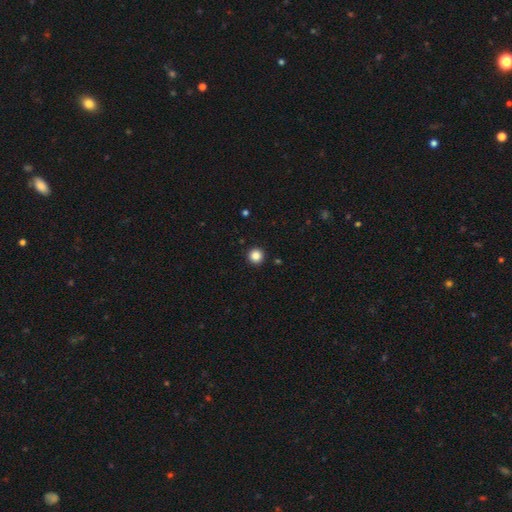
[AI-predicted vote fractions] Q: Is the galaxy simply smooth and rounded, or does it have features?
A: smooth — 86%.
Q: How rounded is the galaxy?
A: round — 96%.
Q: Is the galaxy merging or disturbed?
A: none — 94%.